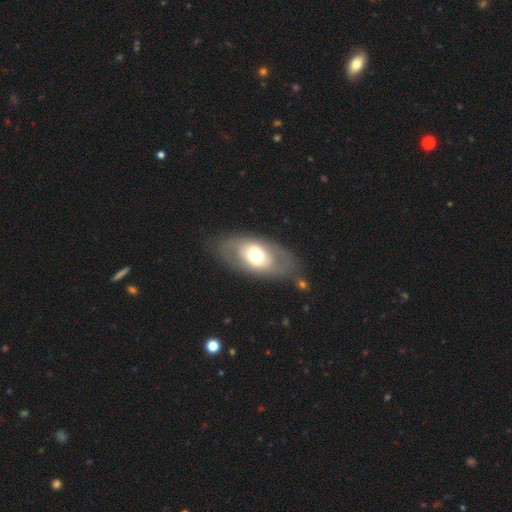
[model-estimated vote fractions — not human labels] Q: Smooth or featured?
A: smooth (47%); runner-up: featured or disk (46%)
Q: Merging?
A: none (73%); runner-up: minor disturbance (16%)